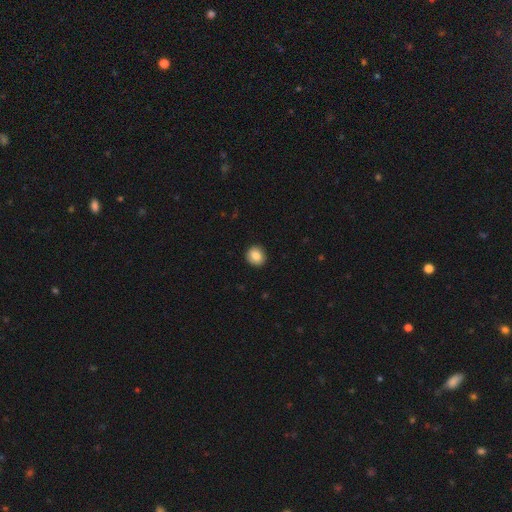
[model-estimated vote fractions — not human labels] Smooth or featured: smooth — 84% (star or artifact — 8%)
How rounded: round — 86% (in between — 13%)
Merging: none — 91% (minor disturbance — 6%)